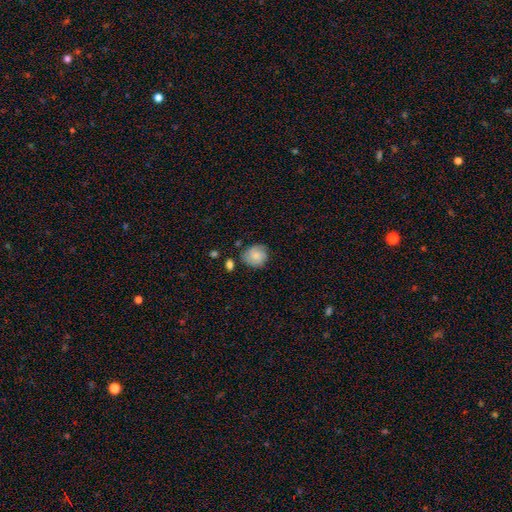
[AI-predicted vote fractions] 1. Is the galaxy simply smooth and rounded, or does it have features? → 72% smooth, 20% featured or disk, 8% star or artifact.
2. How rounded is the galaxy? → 80% round, 19% in between, 1% cigar-shaped.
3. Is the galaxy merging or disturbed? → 68% none, 23% minor disturbance, 5% major disturbance, 4% merger.